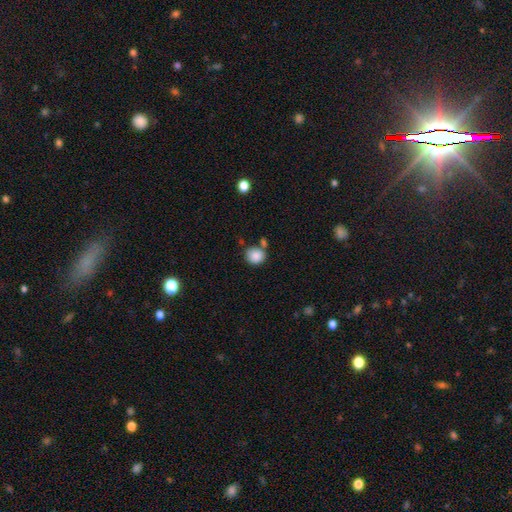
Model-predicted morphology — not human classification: Overall: smooth (87%). How rounded: round (82%). Merging: none (66%).